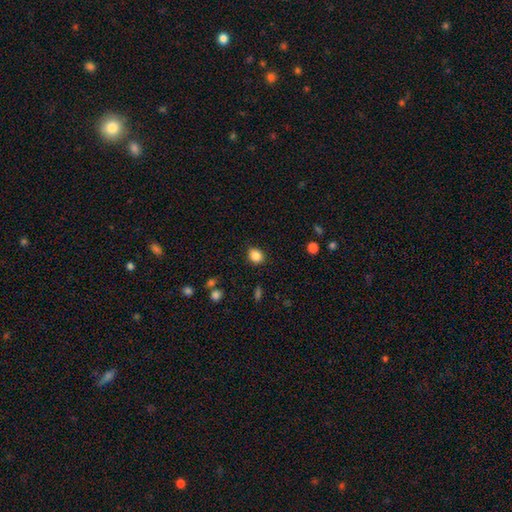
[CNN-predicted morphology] Smooth or featured: smooth — 86% (star or artifact — 10%)
How rounded: round — 63% (in between — 36%)
Merging: none — 85% (minor disturbance — 11%)